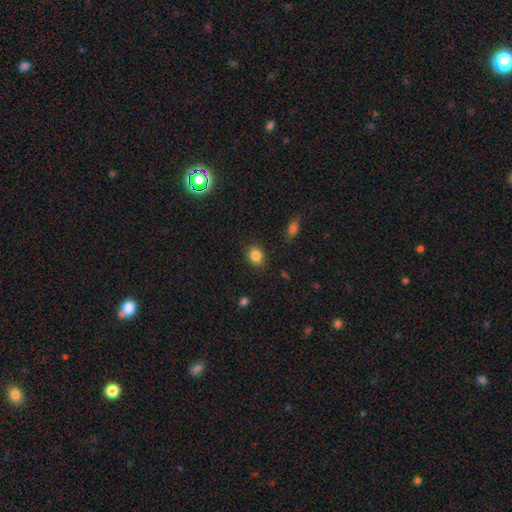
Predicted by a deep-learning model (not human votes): A smooth galaxy with no disk features (84%) that is round (56%).

Vote fractions:
- Smooth or featured? smooth: 84% / star or artifact: 10% / featured or disk: 5%
- How rounded? round: 56% / in between: 43% / cigar-shaped: 1%
- Merging? none: 86% / minor disturbance: 10% / major disturbance: 3% / merger: 1%